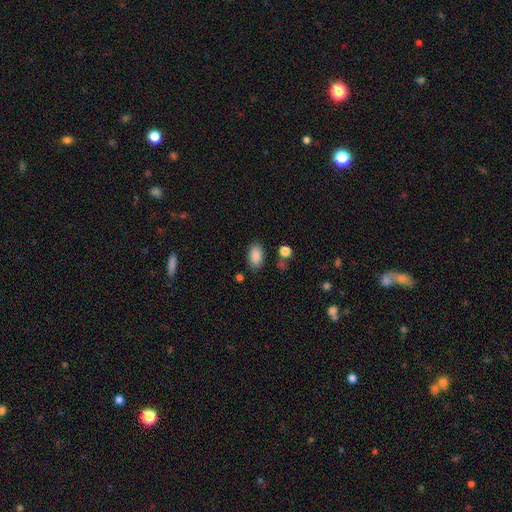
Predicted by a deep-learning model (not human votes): Morphology: type=smooth (88%); roundness=in between (91%); merging=none (80%).